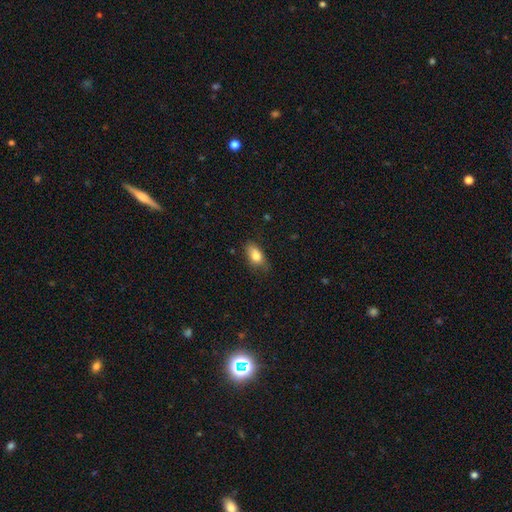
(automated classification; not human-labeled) smooth-or-featured: smooth: 81% | featured or disk: 11% | star or artifact: 8%
  how-rounded: in between: 87% | round: 8% | cigar-shaped: 5%
  merging: none: 70% | minor disturbance: 24% | major disturbance: 5% | merger: 1%